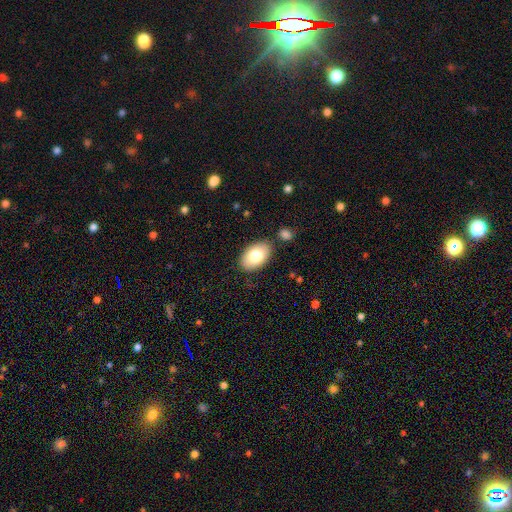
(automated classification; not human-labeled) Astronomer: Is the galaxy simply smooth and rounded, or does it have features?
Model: smooth — 80%.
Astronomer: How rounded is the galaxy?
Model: in between — 93%.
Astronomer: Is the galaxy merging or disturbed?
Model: none — 84%.